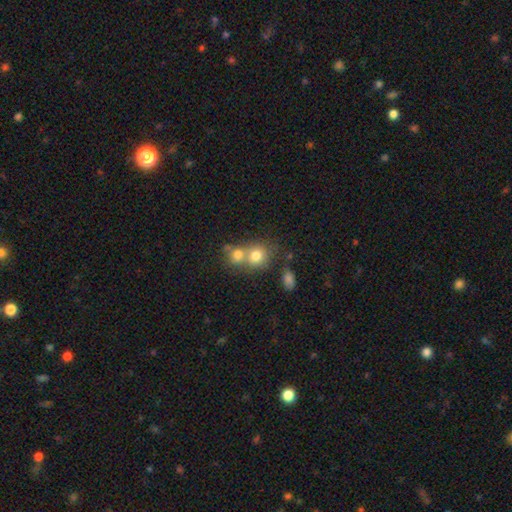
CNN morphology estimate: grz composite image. It shows a smooth galaxy with no disk features (75%) that is round (76%). Merging: merger (54%).